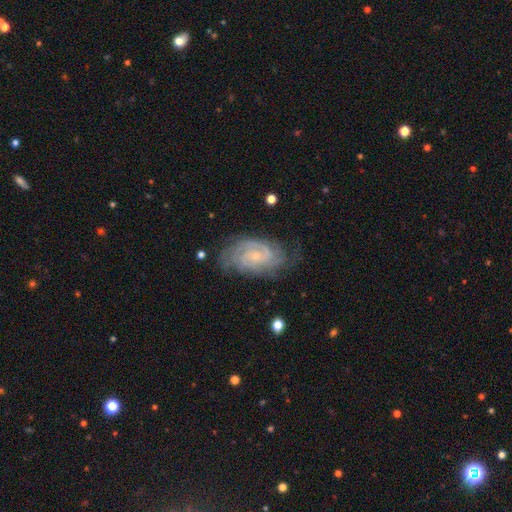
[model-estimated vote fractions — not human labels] Morphology: type=featured or disk (87%); edge-on=no (96%); bar=no (64%); spiral arms=yes (97%); winding=tight (71%); arm count=2 (31%); bulge=small (78%); merging=none (72%).